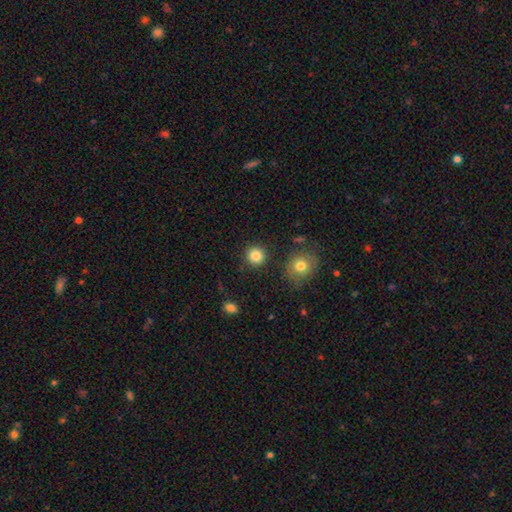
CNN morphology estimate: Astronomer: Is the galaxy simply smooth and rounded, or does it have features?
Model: smooth — 85%.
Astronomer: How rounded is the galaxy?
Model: round — 94%.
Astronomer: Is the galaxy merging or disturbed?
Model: none — 89%.